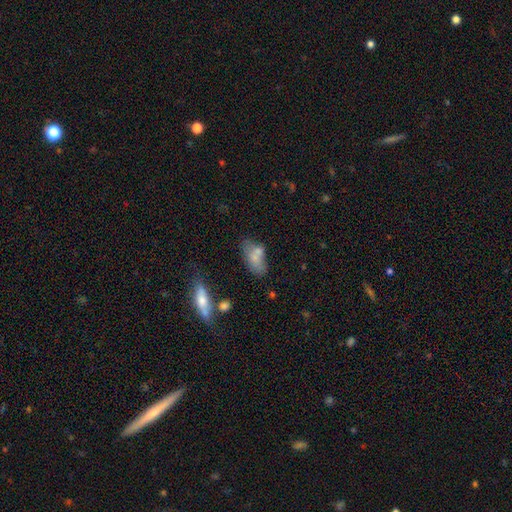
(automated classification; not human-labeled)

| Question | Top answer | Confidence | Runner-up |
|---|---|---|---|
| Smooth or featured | smooth | 69% | featured or disk (21%) |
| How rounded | in between | 88% | cigar-shaped (7%) |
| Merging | none | 37% | merger (31%) |